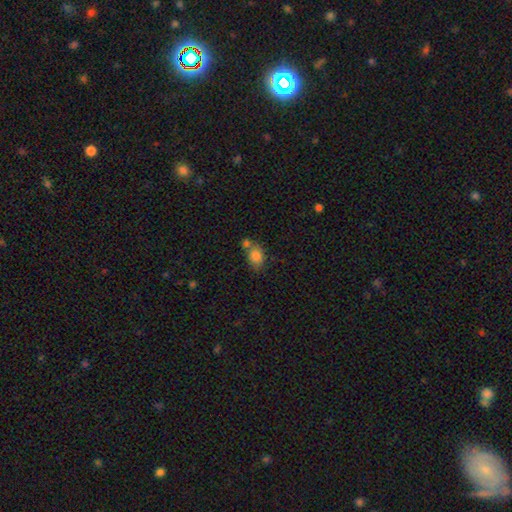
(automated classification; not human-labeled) Q: Smooth or featured?
A: smooth (82%); runner-up: star or artifact (10%)
Q: How rounded?
A: in between (61%); runner-up: round (38%)
Q: Merging?
A: none (45%); runner-up: merger (35%)